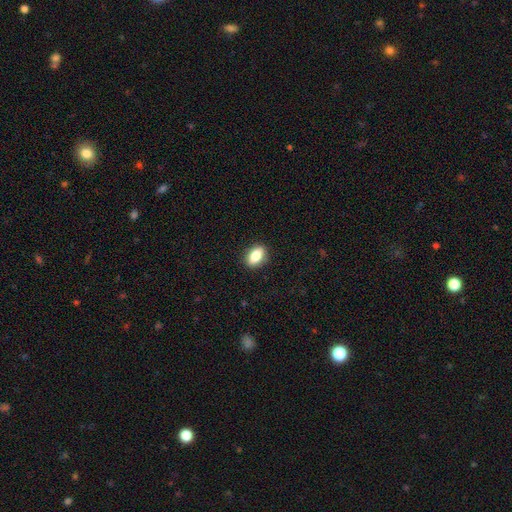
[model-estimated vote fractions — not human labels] This appears to be a smooth galaxy with no disk features (81%) that is in between round and cigar-shaped (83%). Merging: none (88%).